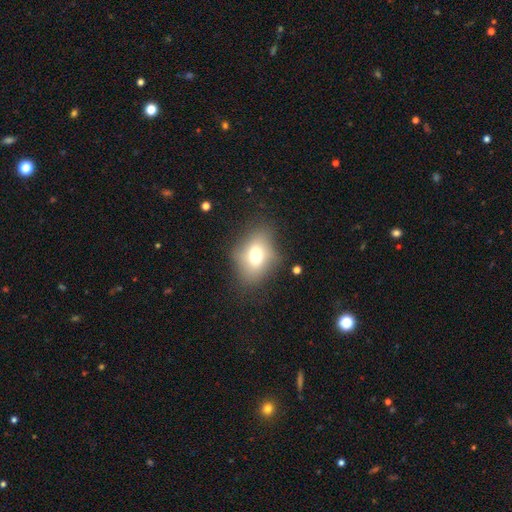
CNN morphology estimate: This is likely a smooth galaxy (68%). How rounded: likely in between (62%). Merging: likely none (70%).